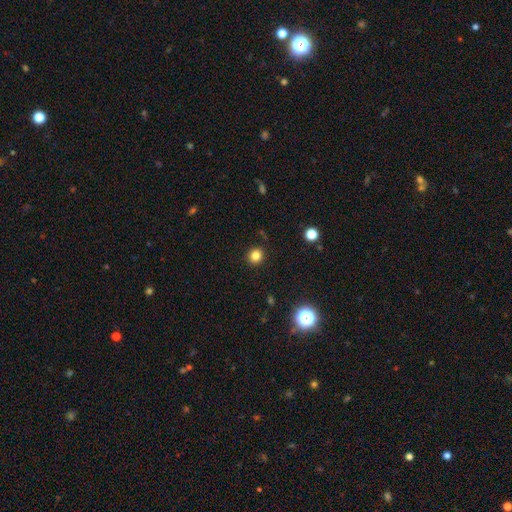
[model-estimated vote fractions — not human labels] A smooth galaxy with no disk features (82%) that is round (87%). Merging: none (91%).